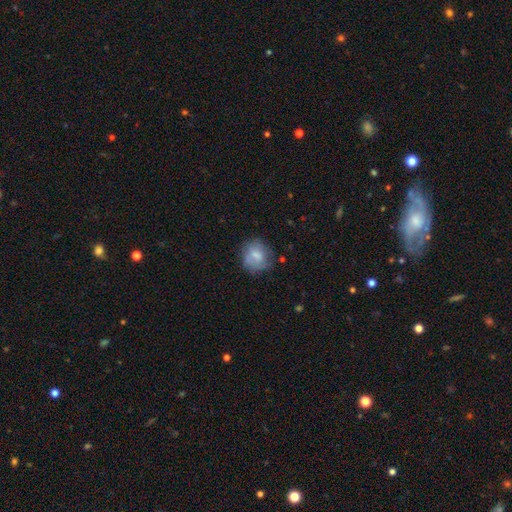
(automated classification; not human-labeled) A smooth galaxy with no disk features (69%) that is round (76%).

Vote fractions:
- Smooth or featured? smooth: 69% / featured or disk: 22% / star or artifact: 8%
- How rounded? round: 76% / in between: 23% / cigar-shaped: 1%
- Merging? none: 63% / minor disturbance: 24% / major disturbance: 10% / merger: 3%